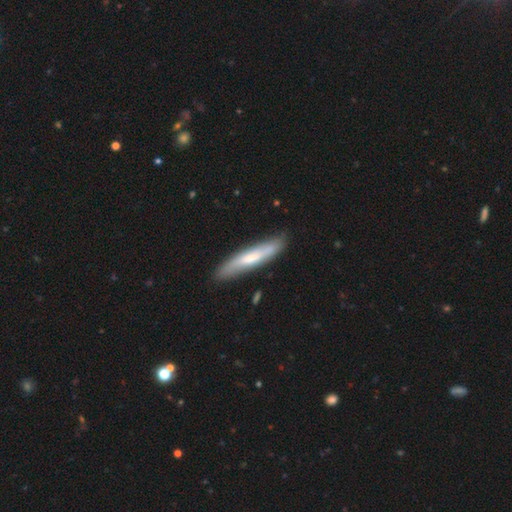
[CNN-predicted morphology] Q: Smooth or featured?
A: smooth (53%); runner-up: featured or disk (41%)
Q: How rounded?
A: cigar-shaped (88%); runner-up: in between (10%)
Q: Merging?
A: none (86%); runner-up: minor disturbance (11%)